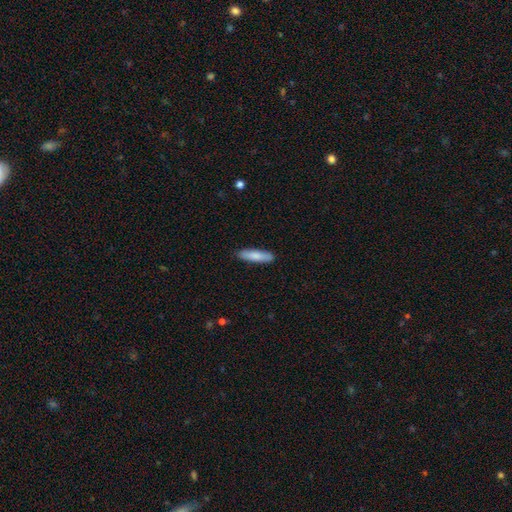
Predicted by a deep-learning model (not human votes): The model was most divided on "how rounded": cigar-shaped: 72%, in between: 26%, round: 1%. More confident: merging — none (89%); smooth or featured — smooth (82%).